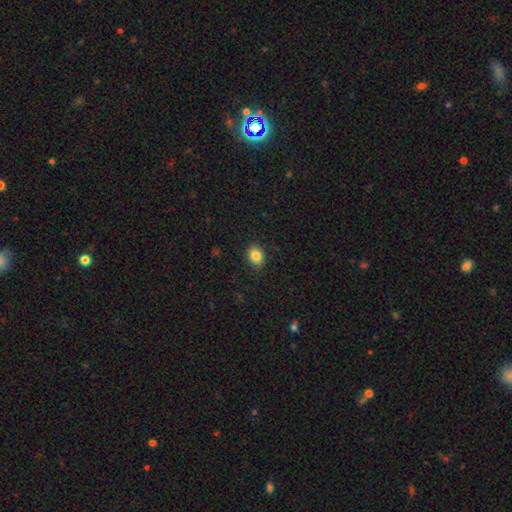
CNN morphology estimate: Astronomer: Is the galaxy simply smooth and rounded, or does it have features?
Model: smooth — 85%.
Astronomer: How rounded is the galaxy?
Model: in between — 68%.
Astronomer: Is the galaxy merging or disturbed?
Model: none — 88%.